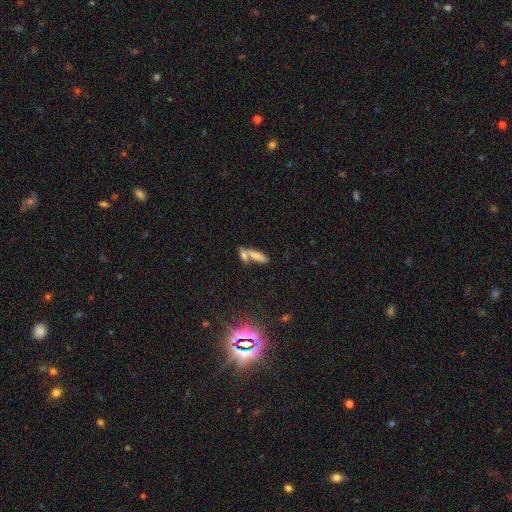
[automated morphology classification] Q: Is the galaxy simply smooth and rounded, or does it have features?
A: smooth — 72%.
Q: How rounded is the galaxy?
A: cigar-shaped — 53%.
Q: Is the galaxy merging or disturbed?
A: merger — 49%.